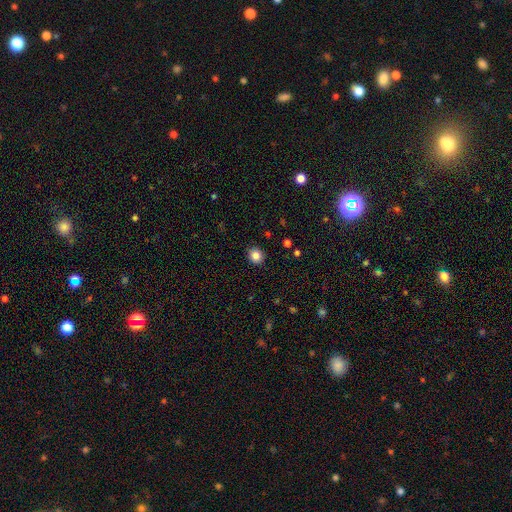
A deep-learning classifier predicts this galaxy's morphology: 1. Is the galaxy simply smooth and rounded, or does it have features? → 85% smooth, 10% star or artifact, 4% featured or disk.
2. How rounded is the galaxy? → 81% round, 18% in between, 1% cigar-shaped.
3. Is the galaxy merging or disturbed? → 91% none, 6% minor disturbance, 2% major disturbance, 1% merger.